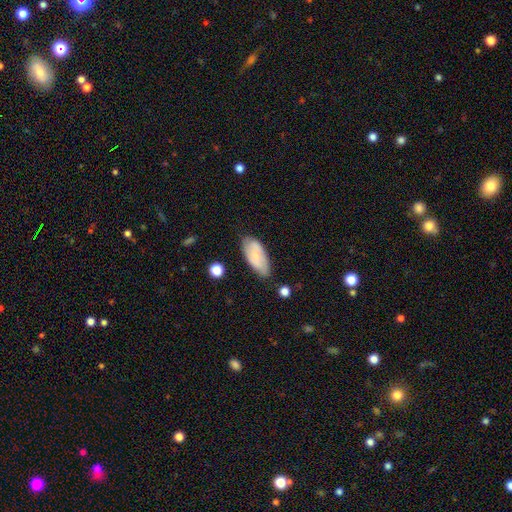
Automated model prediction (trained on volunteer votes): This appears to be a smooth galaxy with no disk features (66%) that is in between round and cigar-shaped (89%). Merging: none (68%).